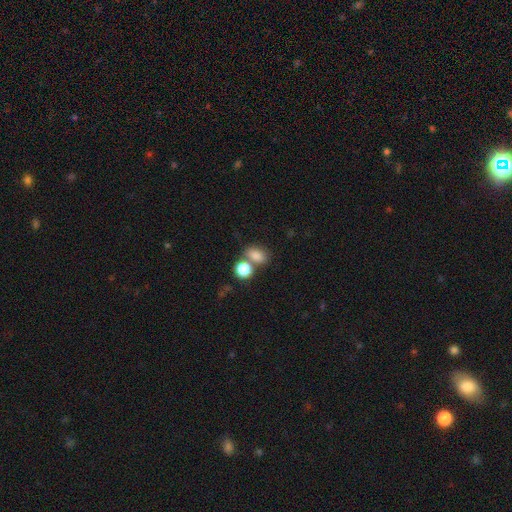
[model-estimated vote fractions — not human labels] Smooth or featured? Predicted: smooth (p=0.82). How rounded? Predicted: in between (p=0.67). Merging? Predicted: none (p=0.46).